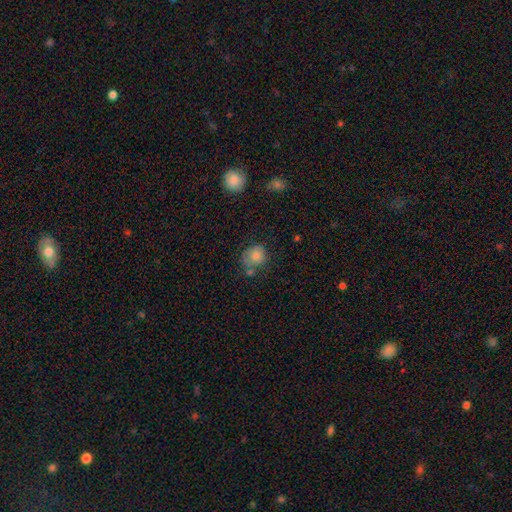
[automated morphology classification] A smooth galaxy with no disk features (78%) that is round (72%).

Vote fractions:
- Smooth or featured? smooth: 78% / featured or disk: 13% / star or artifact: 9%
- How rounded? round: 72% / in between: 27% / cigar-shaped: 1%
- Merging? none: 50% / minor disturbance: 26% / merger: 14% / major disturbance: 11%